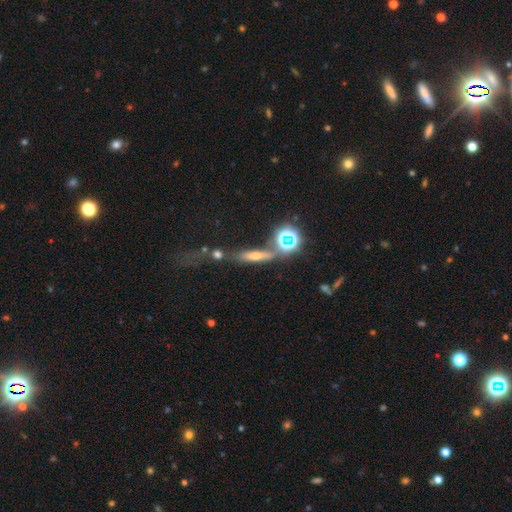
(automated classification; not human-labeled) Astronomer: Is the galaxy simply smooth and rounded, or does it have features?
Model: featured or disk — 38% (runner-up: smooth, 35%).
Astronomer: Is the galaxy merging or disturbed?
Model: none — 58%.